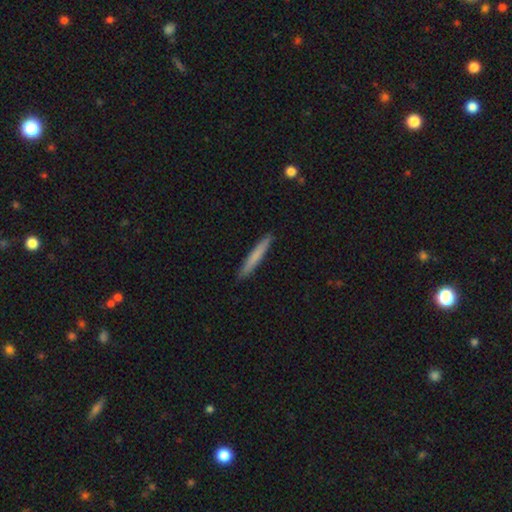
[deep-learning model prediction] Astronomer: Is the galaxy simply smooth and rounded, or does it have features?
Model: smooth — 72%.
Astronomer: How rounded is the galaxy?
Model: cigar-shaped — 96%.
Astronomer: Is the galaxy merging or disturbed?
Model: none — 92%.